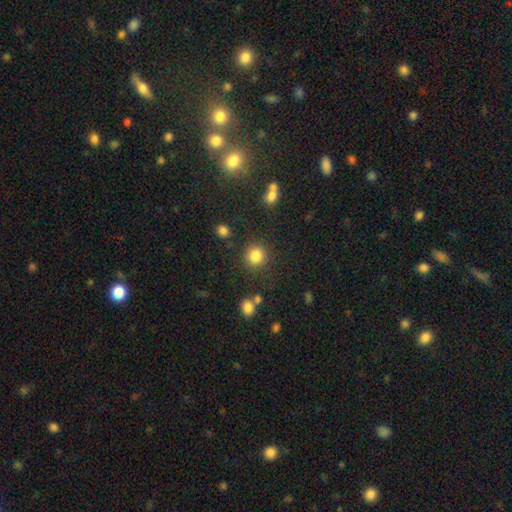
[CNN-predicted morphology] smooth-or-featured: smooth: 84% | star or artifact: 11% | featured or disk: 5%
  how-rounded: round: 91% | in between: 8% | cigar-shaped: 1%
  merging: none: 86% | minor disturbance: 7% | merger: 4% | major disturbance: 4%